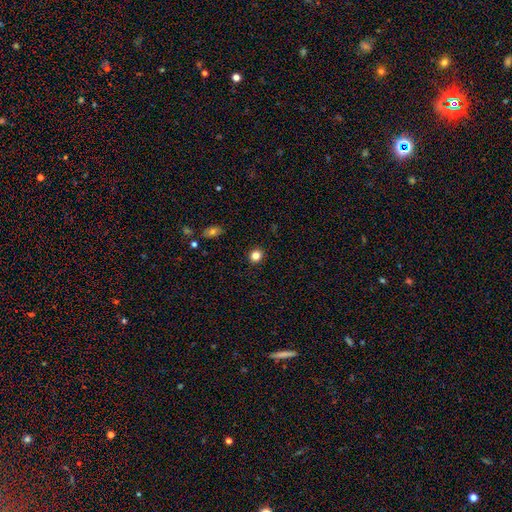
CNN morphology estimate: Smooth or featured?
  - smooth: 83% *
  - star or artifact: 12%
  - featured or disk: 5%
How rounded?
  - round: 81% *
  - in between: 18%
  - cigar-shaped: 1%
Merging?
  - none: 91% *
  - minor disturbance: 6%
  - major disturbance: 2%
  - merger: 1%